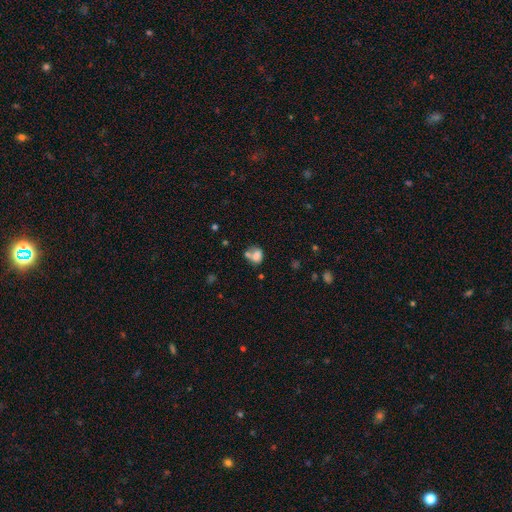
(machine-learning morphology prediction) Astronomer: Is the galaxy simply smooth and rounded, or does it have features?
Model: smooth — 71%.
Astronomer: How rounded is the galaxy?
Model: in between — 60% (runner-up: round, 39%).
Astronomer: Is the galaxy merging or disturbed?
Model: merger — 48% (runner-up: none, 27%).